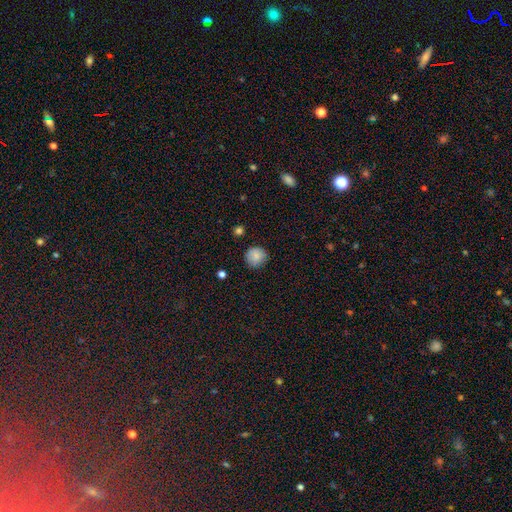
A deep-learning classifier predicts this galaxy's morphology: A smooth galaxy with no disk features (86%) that is round (92%).

Vote fractions:
- Smooth or featured? smooth: 86% / star or artifact: 9% / featured or disk: 5%
- How rounded? round: 92% / in between: 7% / cigar-shaped: 1%
- Merging? none: 84% / minor disturbance: 12% / major disturbance: 3% / merger: 1%